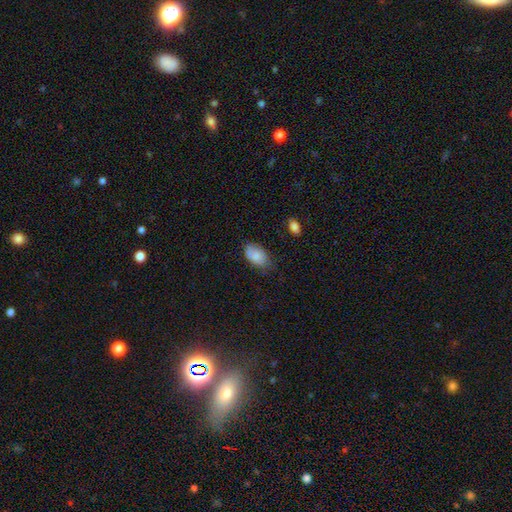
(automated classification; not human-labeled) Smooth or featured: smooth — 84% (featured or disk — 9%)
How rounded: in between — 94% (round — 5%)
Merging: none — 64% (minor disturbance — 29%)